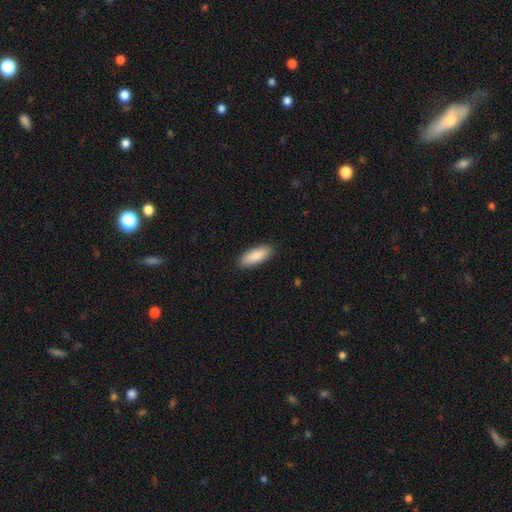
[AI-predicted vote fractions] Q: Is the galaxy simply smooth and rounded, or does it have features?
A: smooth — 89%.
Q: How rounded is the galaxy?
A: in between — 72%.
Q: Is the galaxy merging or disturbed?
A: none — 90%.